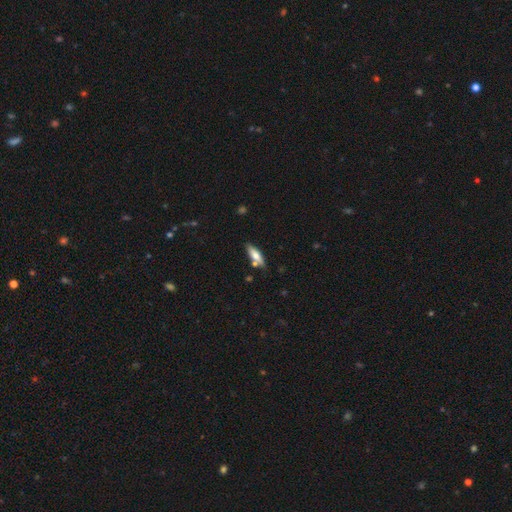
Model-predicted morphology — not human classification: type=smooth (59%); roundness=cigar-shaped (52%); merging=none (74%).